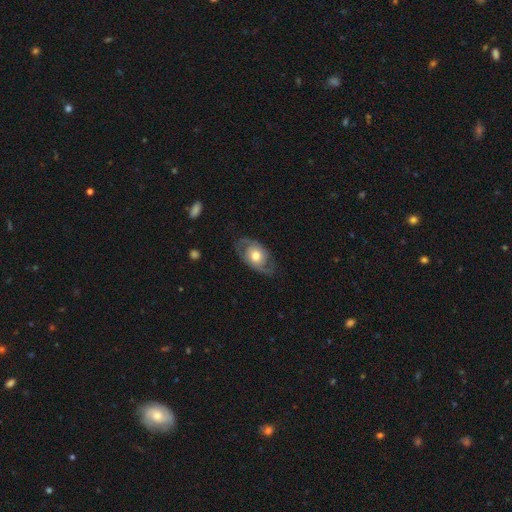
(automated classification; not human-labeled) This is likely a featured or disk galaxy (71%). It is clearly not viewed edge-on (95%). Bar: likely no (79%). Spiral arm pattern: clearly yes (82%). Spiral arm count: clearly 2 (82%). Spiral winding: marginally medium (44%). Central bulge: likely moderate (73%). Merging: likely none (71%).